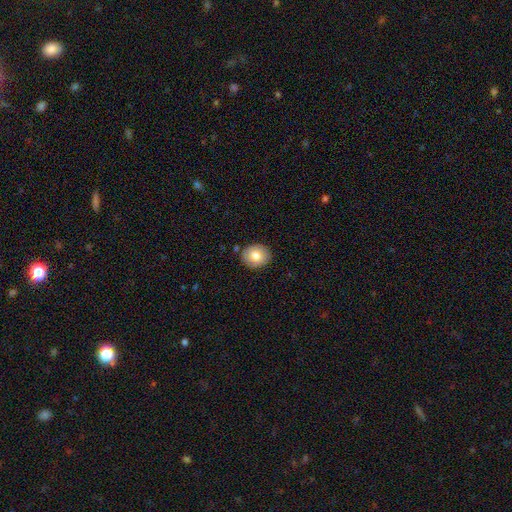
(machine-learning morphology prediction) Overall: smooth (80%). How rounded: round (62%; in between 37%). Merging: none (87%).